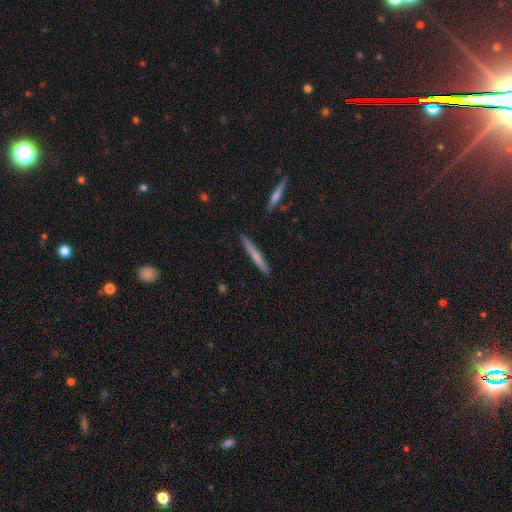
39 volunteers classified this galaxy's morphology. Q: Smooth or featured?
A: smooth (51%); runner-up: featured or disk (44%)
Q: How rounded?
A: cigar-shaped (100%)
Q: Merging?
A: none (89%); runner-up: minor disturbance (8%)